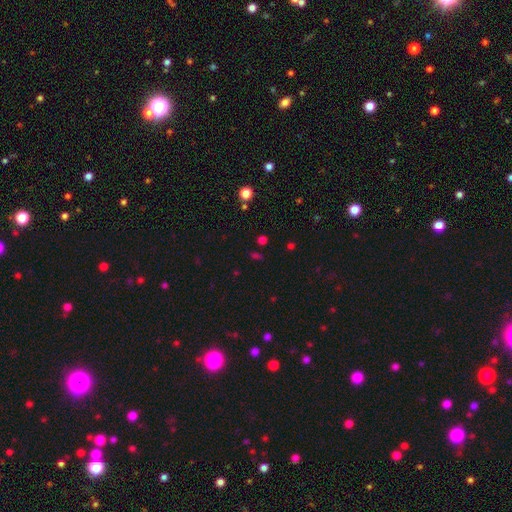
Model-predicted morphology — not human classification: Smooth or featured: smooth — 47% (star or artifact — 46%)
Merging: none — 77% (minor disturbance — 11%)